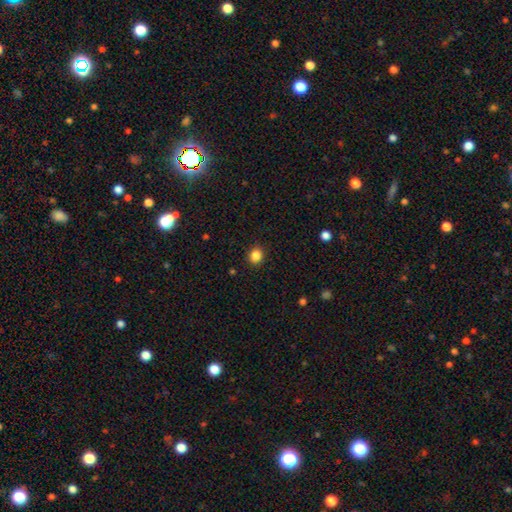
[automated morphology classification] Smooth or featured? Predicted: smooth (p=0.86). How rounded? Predicted: round (p=0.72). Merging? Predicted: none (p=0.90).